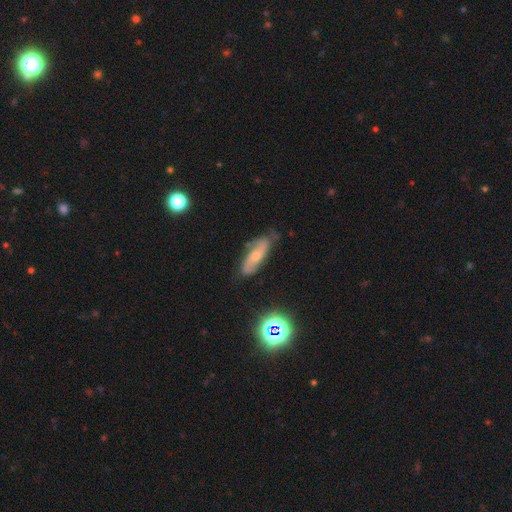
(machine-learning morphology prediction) featured or disk 59%, smooth 31%, star or artifact 10%. Down the decision tree: edge-on disk — no (80%); merging — none (67%).